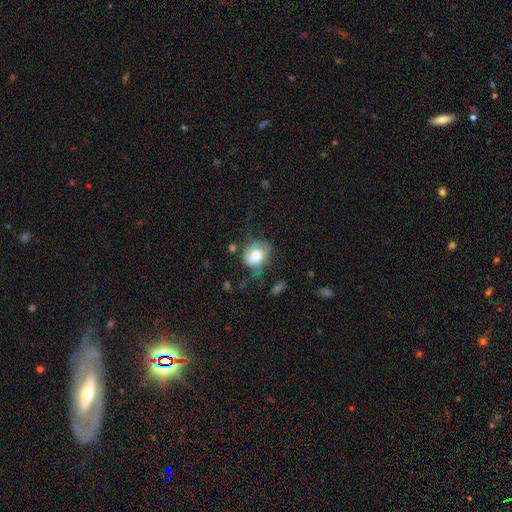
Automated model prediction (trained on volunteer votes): A smooth galaxy with no disk features (69%) that is round (56%).

Vote fractions:
- Smooth or featured? smooth: 69% / featured or disk: 22% / star or artifact: 8%
- How rounded? round: 56% / in between: 43% / cigar-shaped: 1%
- Merging? none: 41% / minor disturbance: 32% / major disturbance: 22% / merger: 5%